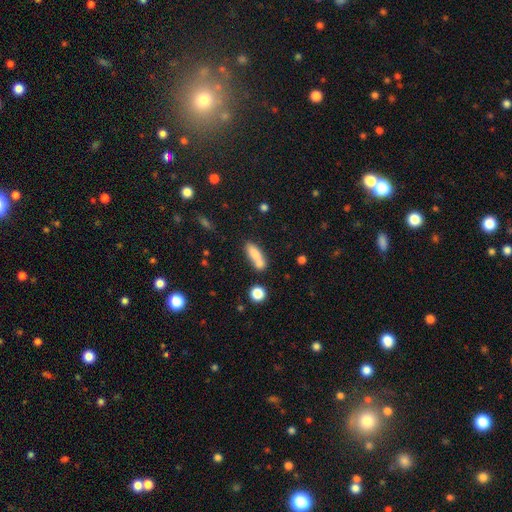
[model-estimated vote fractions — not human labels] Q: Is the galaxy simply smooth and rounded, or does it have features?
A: smooth — 77%.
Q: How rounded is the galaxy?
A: in between — 55%.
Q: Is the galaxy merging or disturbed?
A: none — 45%.